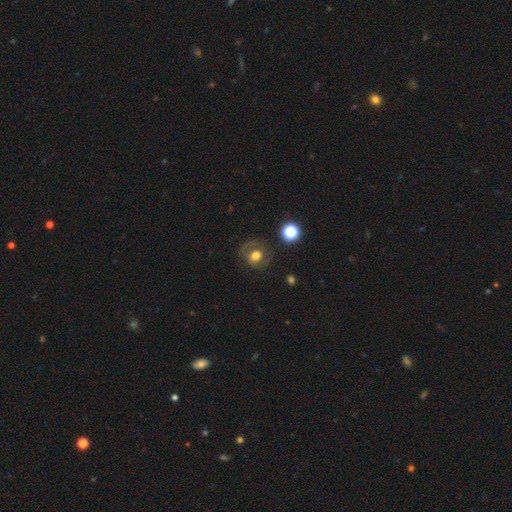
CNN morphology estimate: A smooth galaxy with no disk features (54%) that is round (71%). Merging: none (70%).